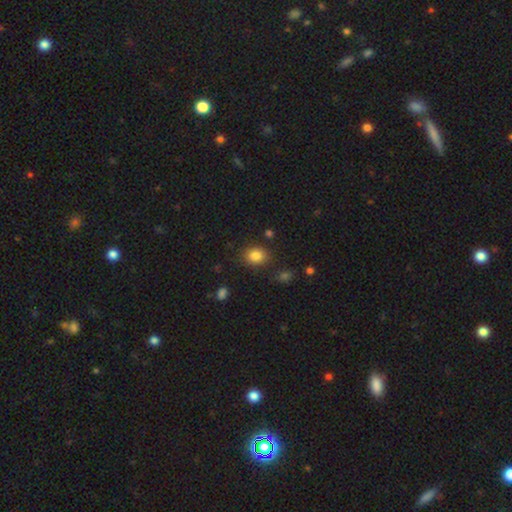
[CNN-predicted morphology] Overall: smooth (83%). How rounded: round (53%; in between 46%). Merging: none (84%).